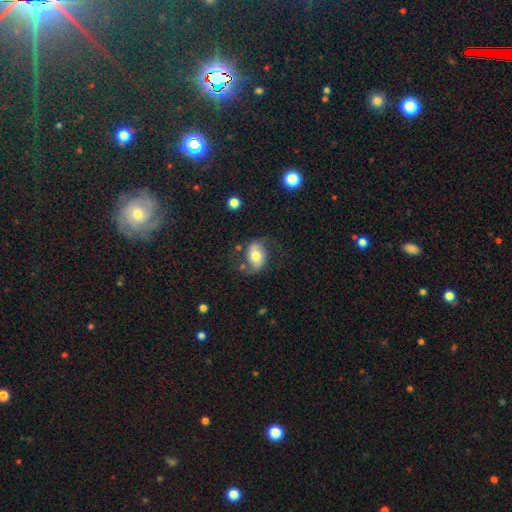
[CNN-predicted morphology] Smooth or featured? featured or disk (55%)
Edge-on disk? no (95%)
Bar? no (45%)
Spiral arms? yes (81%)
Bulge size? moderate (67%)
Merging? none (62%)